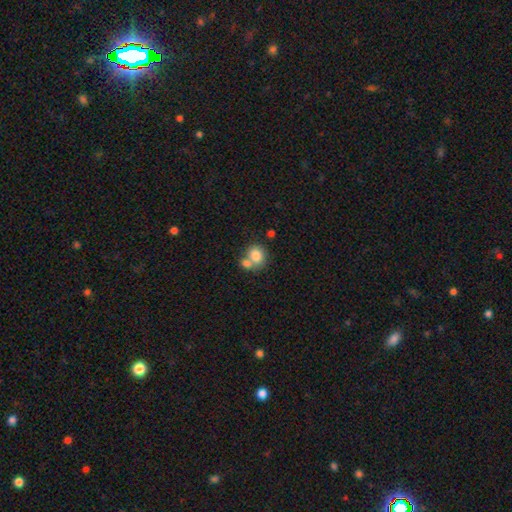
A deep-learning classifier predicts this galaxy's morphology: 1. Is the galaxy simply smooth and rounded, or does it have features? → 81% smooth, 11% featured or disk, 9% star or artifact.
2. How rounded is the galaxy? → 71% round, 28% in between, 1% cigar-shaped.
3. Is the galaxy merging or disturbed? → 46% merger, 42% none, 9% minor disturbance, 3% major disturbance.